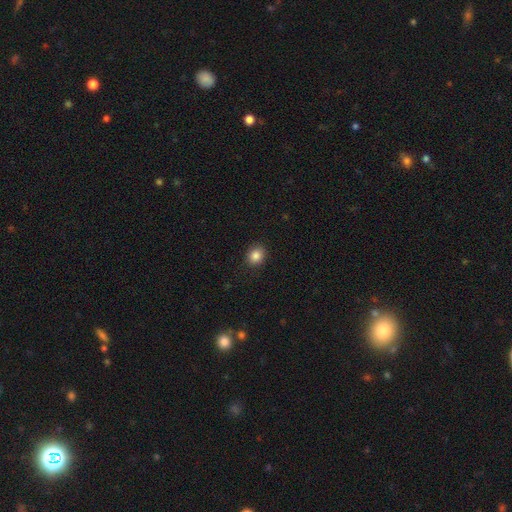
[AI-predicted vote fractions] A smooth galaxy with no disk features (85%) that is round (68%). Merging: none (90%).